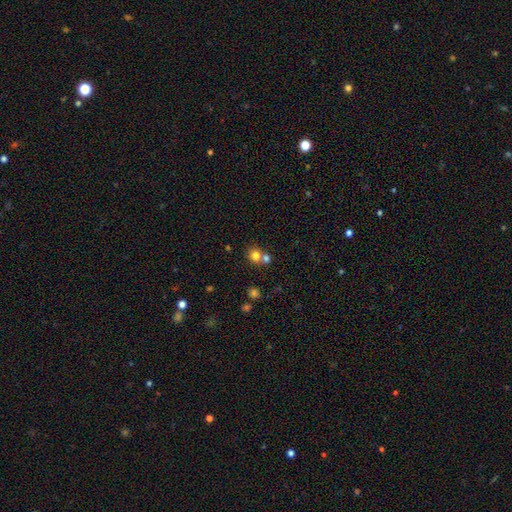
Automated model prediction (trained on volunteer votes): Morphology: type=smooth (78%); roundness=round (82%); merging=none (50%).